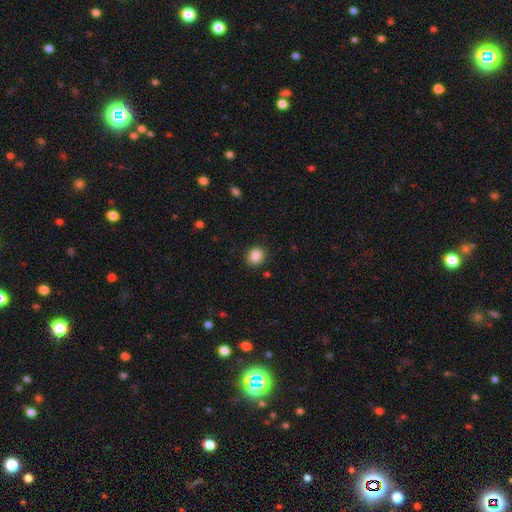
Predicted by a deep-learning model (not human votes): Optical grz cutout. It shows a smooth galaxy with no disk features (88%) that is round (73%). Merging: none (85%).